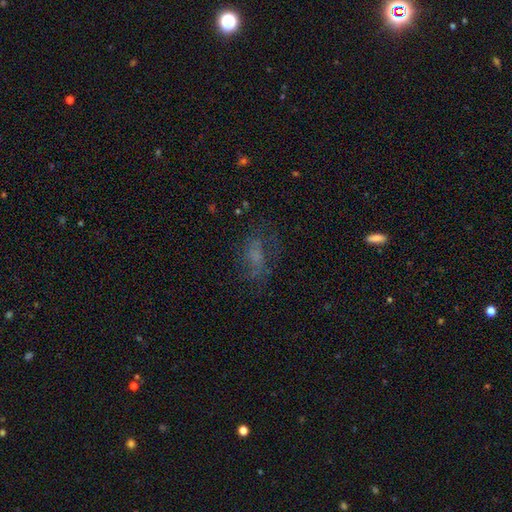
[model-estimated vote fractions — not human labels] Smooth or featured? Predicted: smooth (p=0.40). Merging? Predicted: none (p=0.55).